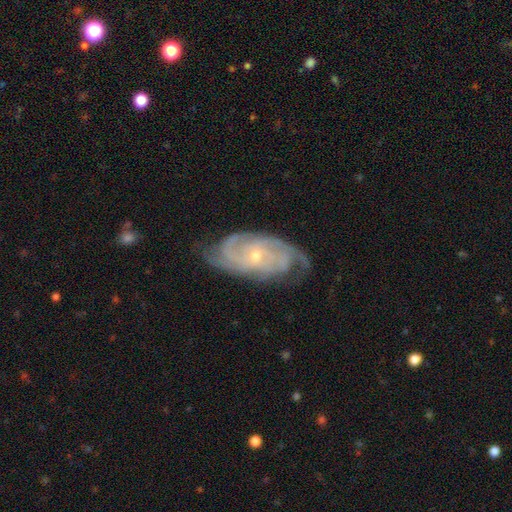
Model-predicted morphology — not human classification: A featured or disk galaxy (88%) with no bar (67%), 3 (28%) tight (64%) spiral arms (97%) and a small central bulge (70%). Merging: none (72%).